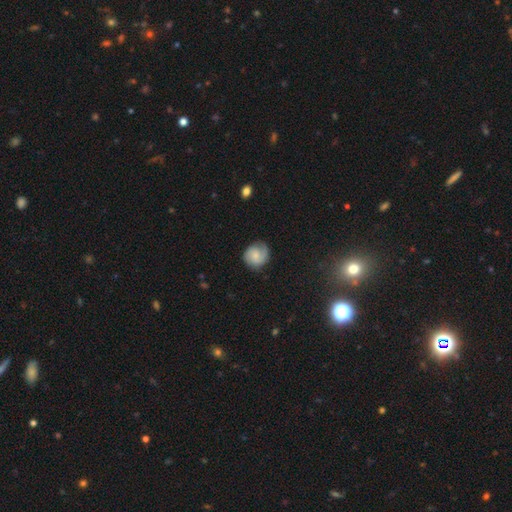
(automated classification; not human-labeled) featured or disk 55%, smooth 38%, star or artifact 7%. Down the decision tree: edge-on disk — no (98%); bar — no (62%); spiral arms — yes (92%); bulge size — small (49%); merging — none (73%).